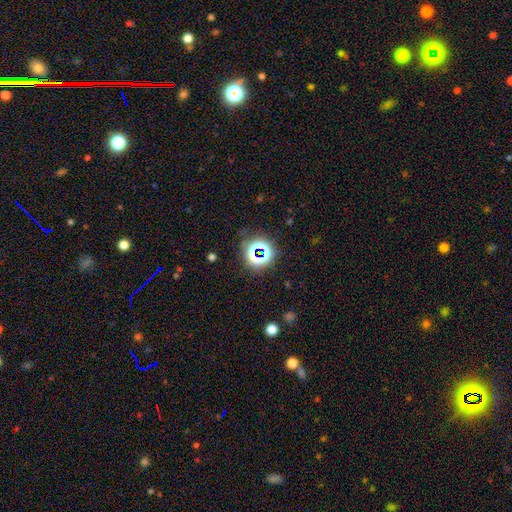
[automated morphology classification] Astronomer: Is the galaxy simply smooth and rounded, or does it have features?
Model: star or artifact — 65%.